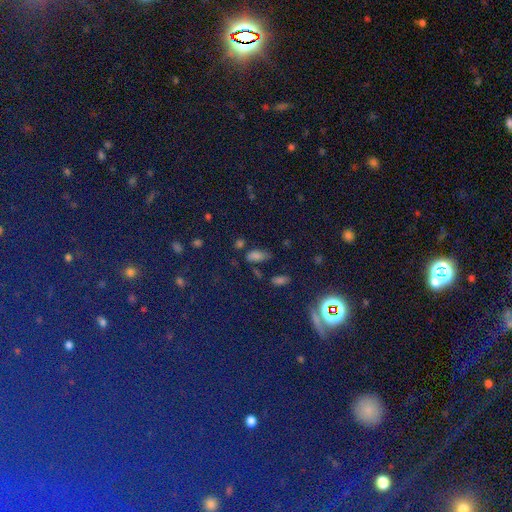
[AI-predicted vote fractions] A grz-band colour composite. It shows a smooth galaxy with no disk features (47%). Merging: none (73%).